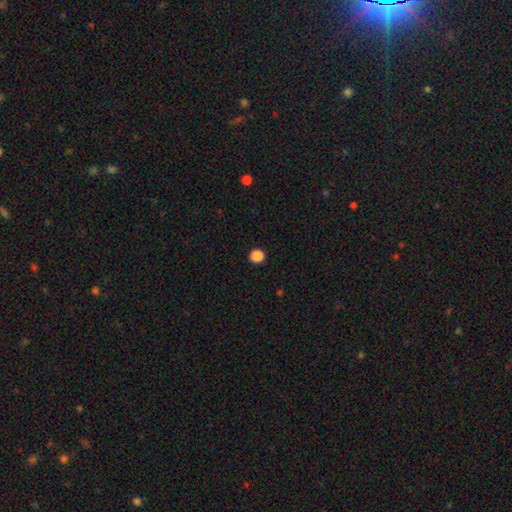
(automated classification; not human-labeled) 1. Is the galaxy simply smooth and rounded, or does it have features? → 86% smooth, 12% star or artifact, 2% featured or disk.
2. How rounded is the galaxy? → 90% round, 9% in between, 1% cigar-shaped.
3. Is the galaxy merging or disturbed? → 93% none, 4% minor disturbance, 2% major disturbance, 1% merger.